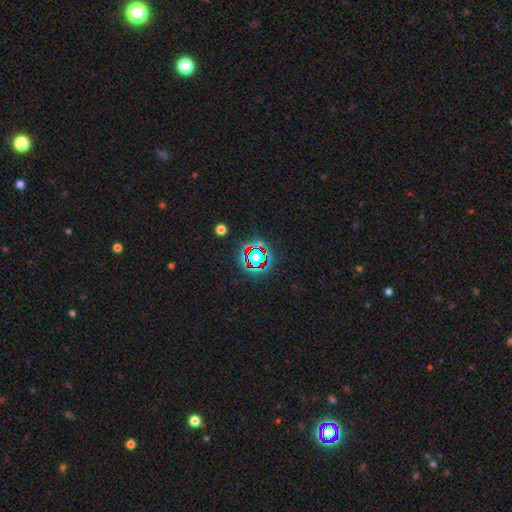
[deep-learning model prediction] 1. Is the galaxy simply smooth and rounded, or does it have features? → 68% star or artifact, 20% smooth, 12% featured or disk.